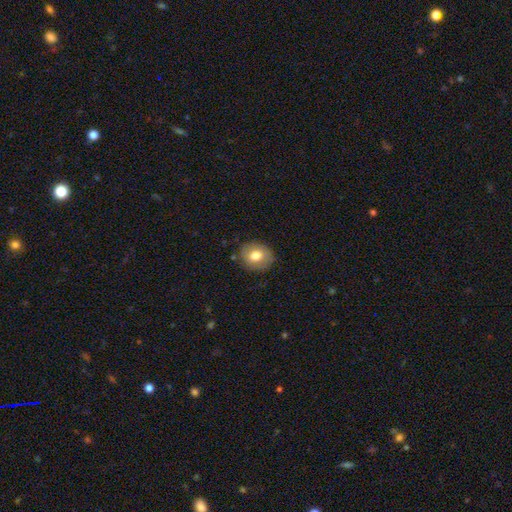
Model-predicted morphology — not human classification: Q: Smooth or featured?
A: smooth (75%); runner-up: featured or disk (17%)
Q: How rounded?
A: round (62%); runner-up: in between (37%)
Q: Merging?
A: none (83%); runner-up: minor disturbance (13%)